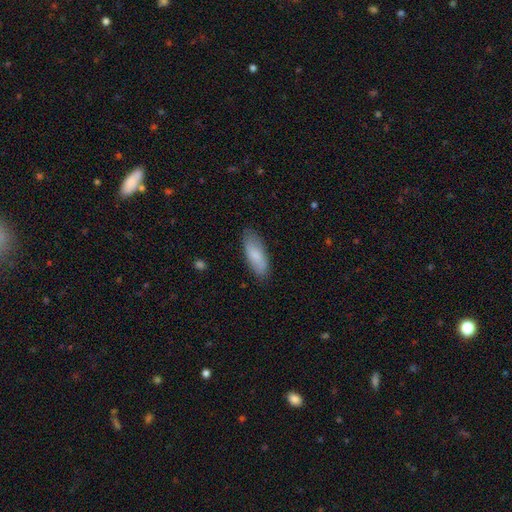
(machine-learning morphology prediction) A smooth galaxy with no disk features (78%) that is in between round and cigar-shaped (73%).

Vote fractions:
- Smooth or featured? smooth: 78% / featured or disk: 17% / star or artifact: 6%
- How rounded? in between: 73% / cigar-shaped: 25% / round: 2%
- Merging? none: 82% / minor disturbance: 14% / major disturbance: 3% / merger: 1%